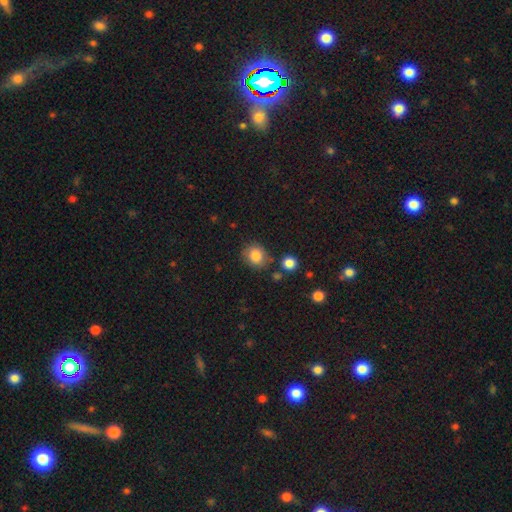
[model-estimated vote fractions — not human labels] The model was most divided on "how rounded": round: 76%, in between: 23%, cigar-shaped: 1%. More confident: smooth or featured — smooth (84%); merging — none (78%).